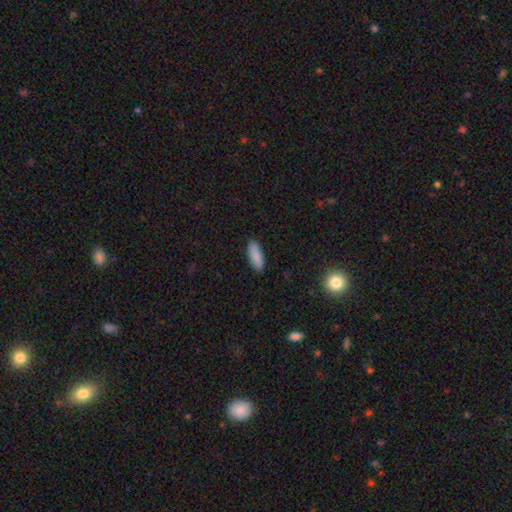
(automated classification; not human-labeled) Smooth or featured: smooth — 88% (star or artifact — 6%)
How rounded: in between — 72% (cigar-shaped — 26%)
Merging: none — 89% (minor disturbance — 9%)